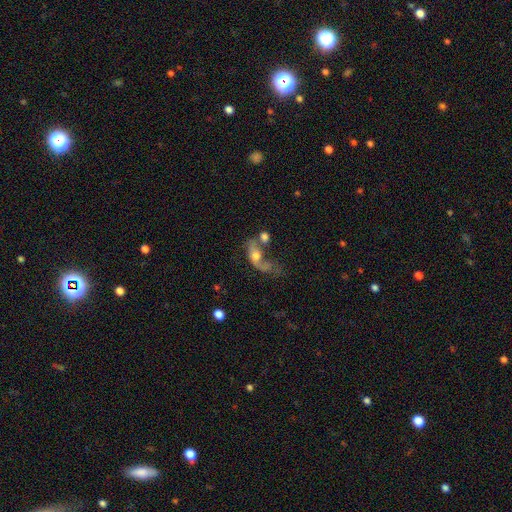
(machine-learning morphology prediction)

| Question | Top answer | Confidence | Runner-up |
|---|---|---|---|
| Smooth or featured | featured or disk | 55% | smooth (33%) |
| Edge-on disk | no | 85% | yes (15%) |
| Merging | major disturbance | 36% | merger (31%) |